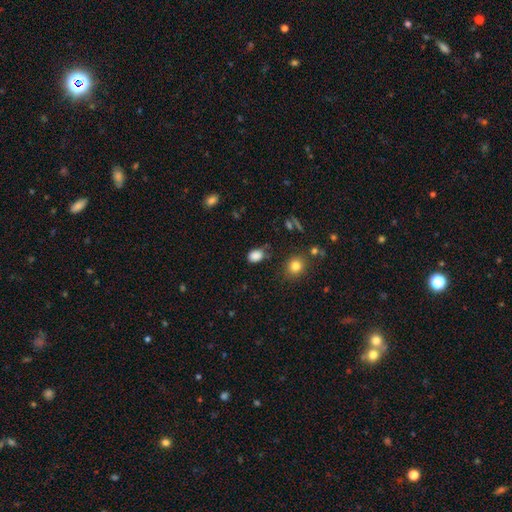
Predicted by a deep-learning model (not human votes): A smooth galaxy with no disk features (84%) that is in between round and cigar-shaped (70%).

Vote fractions:
- Smooth or featured? smooth: 84% / star or artifact: 12% / featured or disk: 4%
- How rounded? in between: 70% / round: 29% / cigar-shaped: 1%
- Merging? none: 70% / minor disturbance: 21% / major disturbance: 5% / merger: 4%